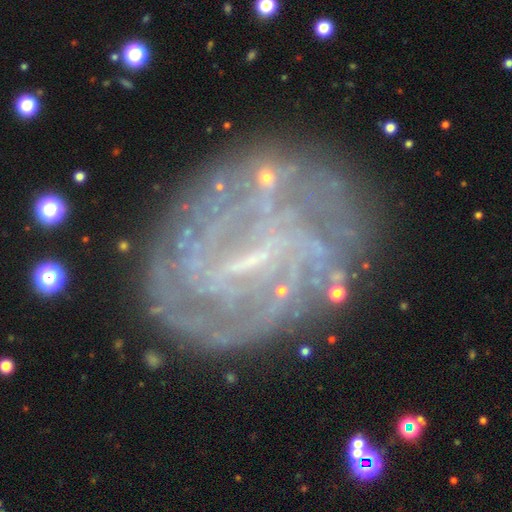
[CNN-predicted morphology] Overall: featured or disk (78%). Edge-on disk: no (97%). Bar: weak (43%; strong 38%). Spiral arms: yes (77%). Spiral arm count: can't tell (53%; 2 18%). Spiral winding: tight (60%; medium 26%). Bulge size: small (53%; none 36%). Merging: none (72%).